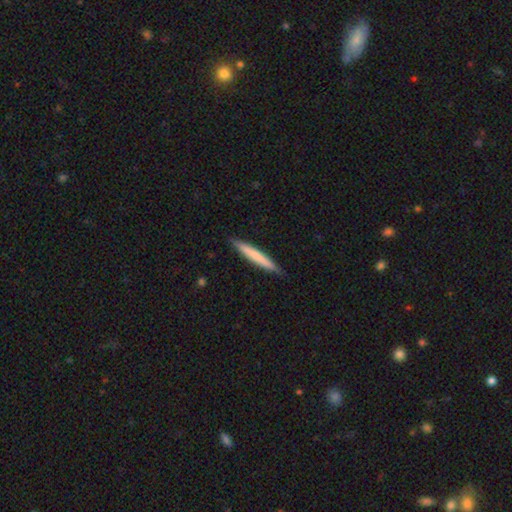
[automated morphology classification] A smooth galaxy with no disk features (68%) that is cigar-shaped (96%). Merging: none (90%).